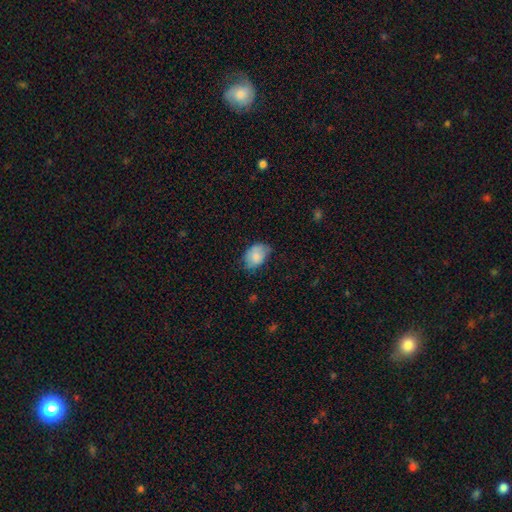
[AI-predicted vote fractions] Smooth or featured?
  - smooth: 80% *
  - featured or disk: 13%
  - star or artifact: 8%
How rounded?
  - in between: 77% *
  - round: 22%
  - cigar-shaped: 1%
Merging?
  - none: 54% *
  - minor disturbance: 35%
  - major disturbance: 9%
  - merger: 2%